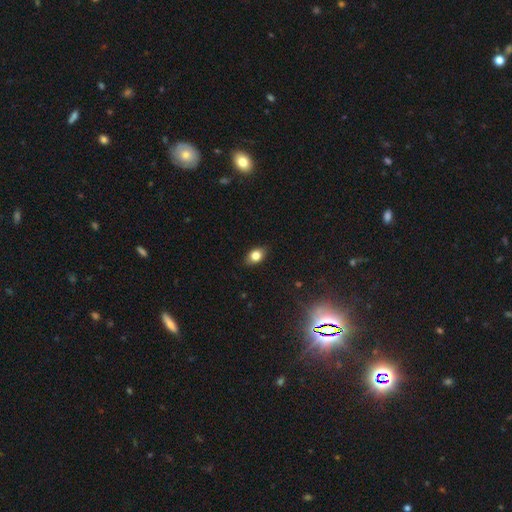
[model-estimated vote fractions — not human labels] Smooth or featured? smooth (81%)
How rounded? in between (79%)
Merging? none (86%)